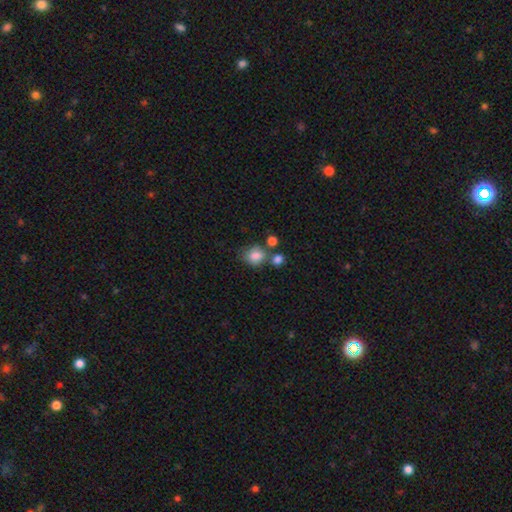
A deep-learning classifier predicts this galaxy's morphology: Q: Smooth or featured?
A: smooth (83%); runner-up: star or artifact (10%)
Q: How rounded?
A: round (63%); runner-up: in between (36%)
Q: Merging?
A: none (52%); runner-up: merger (24%)